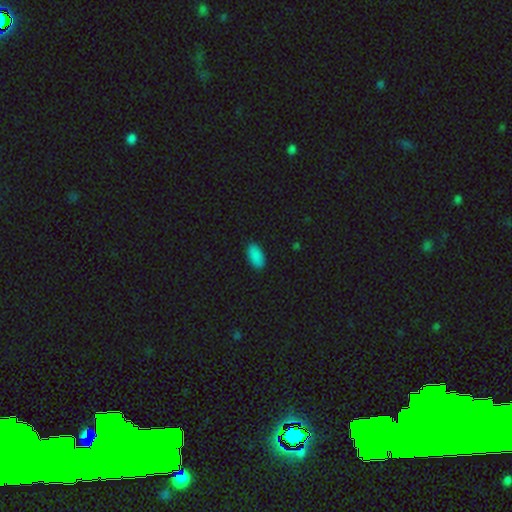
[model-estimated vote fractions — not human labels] Smooth or featured: smooth — 88% (star or artifact — 9%)
How rounded: in between — 94% (cigar-shaped — 4%)
Merging: none — 89% (minor disturbance — 8%)